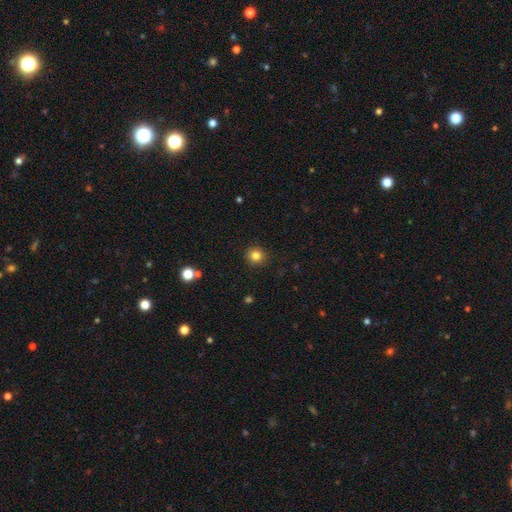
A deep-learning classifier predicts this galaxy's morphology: This is clearly a smooth galaxy (82%). How rounded: clearly round (89%). Merging: clearly none (90%).